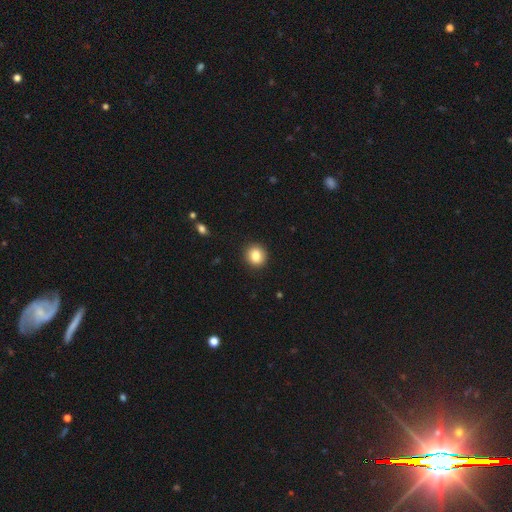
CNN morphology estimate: Smooth or featured: smooth — 84% (star or artifact — 9%)
How rounded: round — 85% (in between — 14%)
Merging: none — 91% (minor disturbance — 6%)